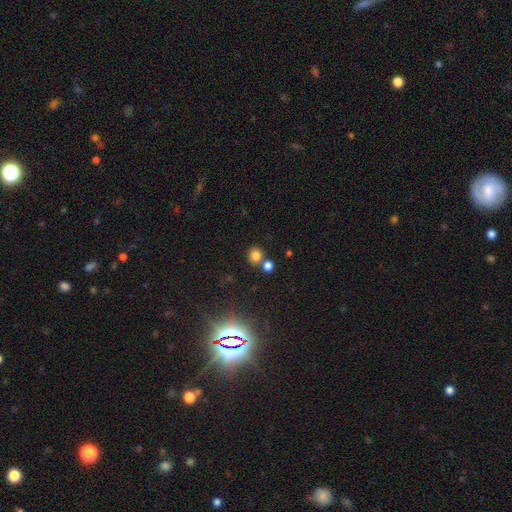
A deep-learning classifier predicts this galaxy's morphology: Smooth or featured? Predicted: smooth (p=0.78). How rounded? Predicted: round (p=0.84). Merging? Predicted: none (p=0.67).